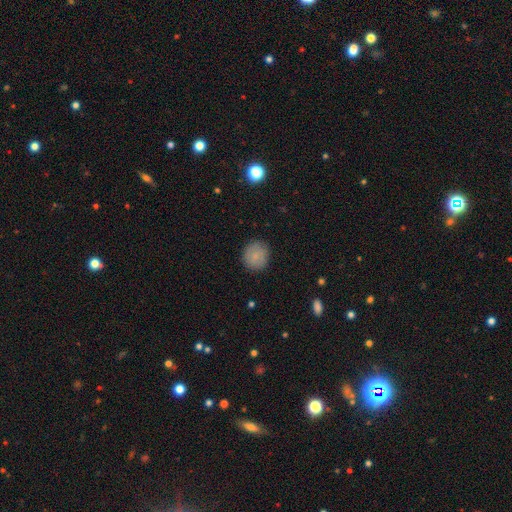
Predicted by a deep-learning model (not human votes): Smooth or featured: smooth — 82% (featured or disk — 10%)
How rounded: round — 86% (in between — 13%)
Merging: none — 86% (minor disturbance — 11%)